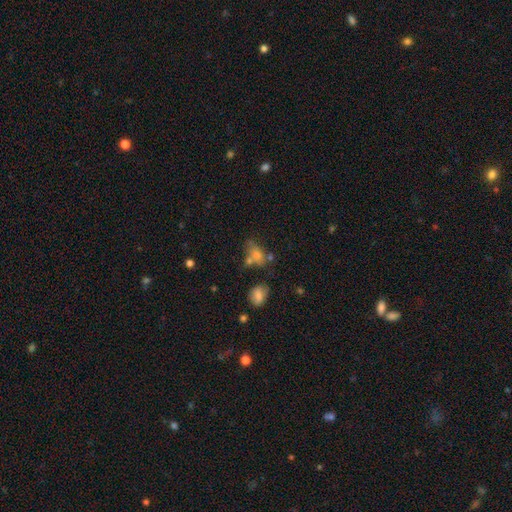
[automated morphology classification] smooth-or-featured: smooth: 69% | featured or disk: 18% | star or artifact: 13%
  how-rounded: in between: 77% | round: 18% | cigar-shaped: 5%
  merging: none: 37% | merger: 26% | minor disturbance: 22% | major disturbance: 15%